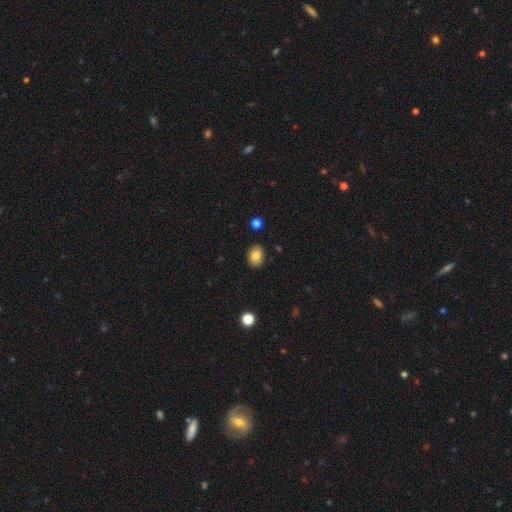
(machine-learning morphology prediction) Smooth or featured: smooth — 82% (featured or disk — 9%)
How rounded: in between — 65% (round — 34%)
Merging: none — 88% (minor disturbance — 9%)